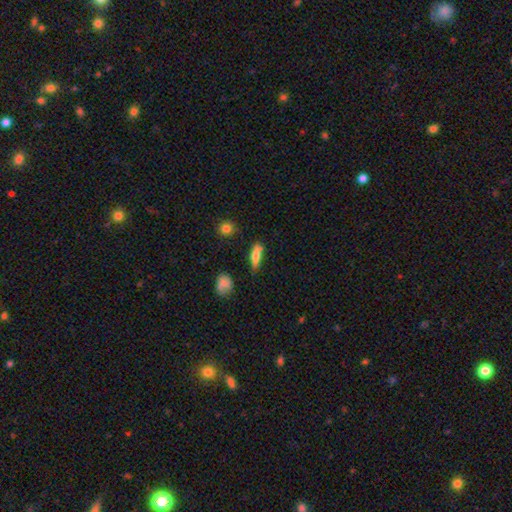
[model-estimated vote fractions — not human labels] This is likely a smooth galaxy (67%). How rounded: possibly cigar-shaped (54%). Merging: likely none (65%).